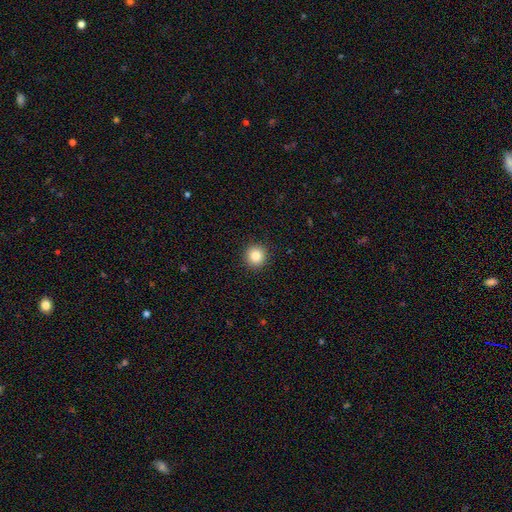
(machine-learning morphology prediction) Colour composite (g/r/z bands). It shows a smooth galaxy with no disk features (85%) that is round (94%). Merging: none (92%).